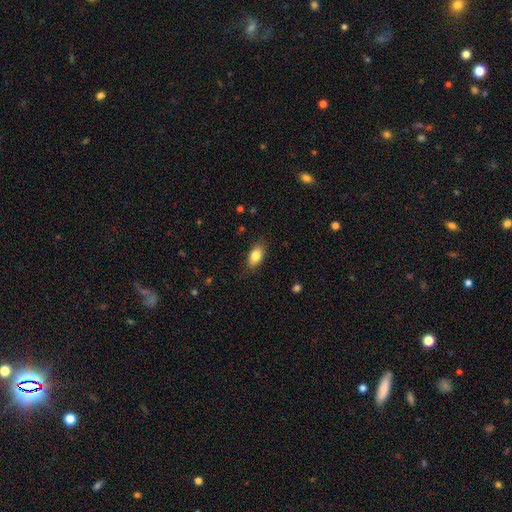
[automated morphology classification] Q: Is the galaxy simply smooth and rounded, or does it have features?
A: smooth — 82%.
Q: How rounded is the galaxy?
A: in between — 88%.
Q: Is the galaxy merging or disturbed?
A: none — 84%.